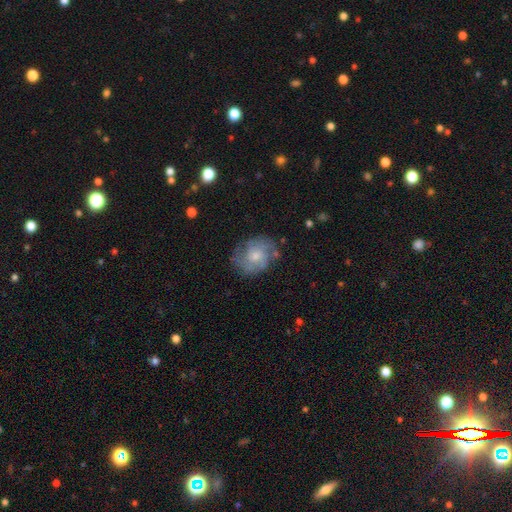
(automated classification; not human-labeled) smooth-or-featured: featured or disk: 68% | smooth: 25% | star or artifact: 7%
  disk-edge-on: no: 98% | yes: 2%
    bar: no: 70% | weak: 27% | strong: 3%
    has-spiral-arms: yes: 86% | no: 14%
      spiral-winding: tight: 43% | medium: 41% | loose: 15%
      spiral-arm-count: can't tell: 35% | 2: 26% | 3: 20% | 4: 9% | 1: 5% | more than 4: 5%
    bulge-size: moderate: 49% | small: 39% | none: 5% | large: 5% | dominant: 1%
  merging: none: 69% | minor disturbance: 20% | major disturbance: 9% | merger: 2%